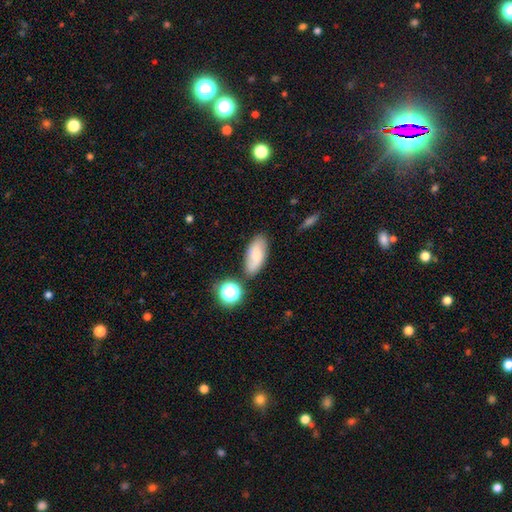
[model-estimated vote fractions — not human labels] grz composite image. It shows a smooth galaxy with no disk features (67%) that is in between round and cigar-shaped (87%). Merging: none (73%).